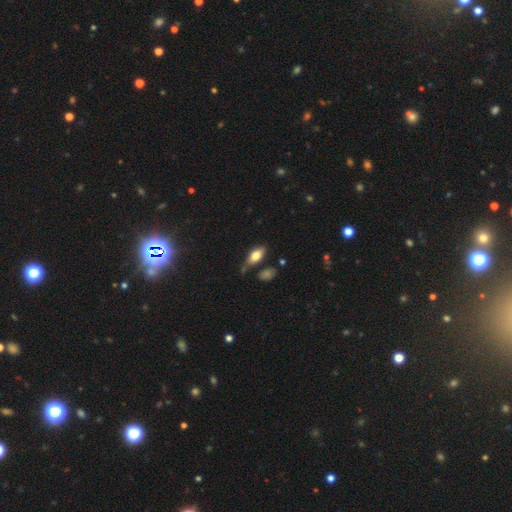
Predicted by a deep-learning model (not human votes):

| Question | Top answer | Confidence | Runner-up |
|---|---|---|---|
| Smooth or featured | smooth | 73% | featured or disk (19%) |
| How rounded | in between | 86% | cigar-shaped (11%) |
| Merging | none | 60% | minor disturbance (24%) |